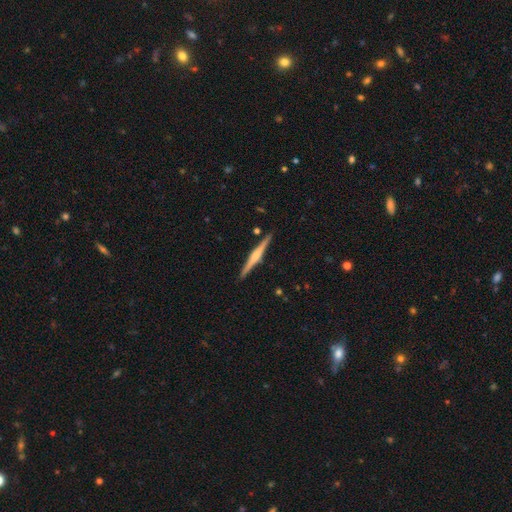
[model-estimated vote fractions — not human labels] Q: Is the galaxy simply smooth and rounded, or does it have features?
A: featured or disk — 74%.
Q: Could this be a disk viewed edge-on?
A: yes — 98%.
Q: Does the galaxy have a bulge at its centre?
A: rounded — 76%.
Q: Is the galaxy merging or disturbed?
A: none — 91%.